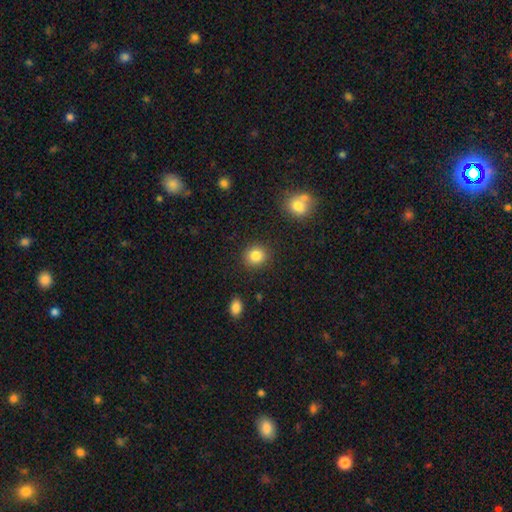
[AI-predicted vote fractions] Overall: smooth (85%). How rounded: round (82%). Merging: none (88%).